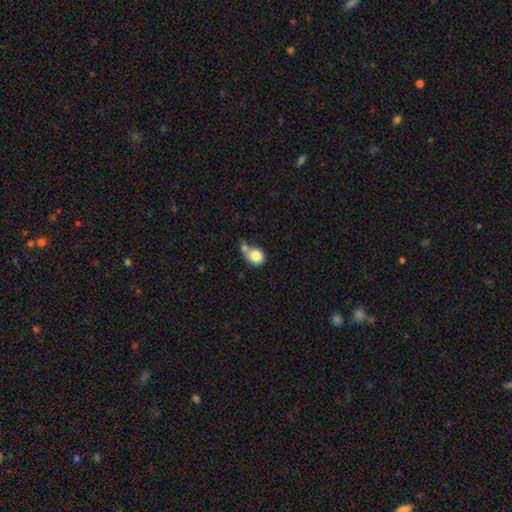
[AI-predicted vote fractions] The model was most divided on "merging": merger: 44%, none: 35%, minor disturbance: 14%, major disturbance: 7%. More confident: smooth or featured — smooth (81%); how rounded — round (68%).